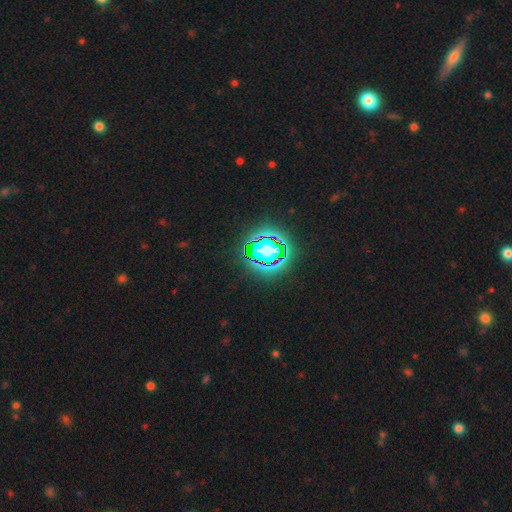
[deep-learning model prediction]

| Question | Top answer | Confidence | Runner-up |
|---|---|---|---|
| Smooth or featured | star or artifact | 82% | smooth (11%) |